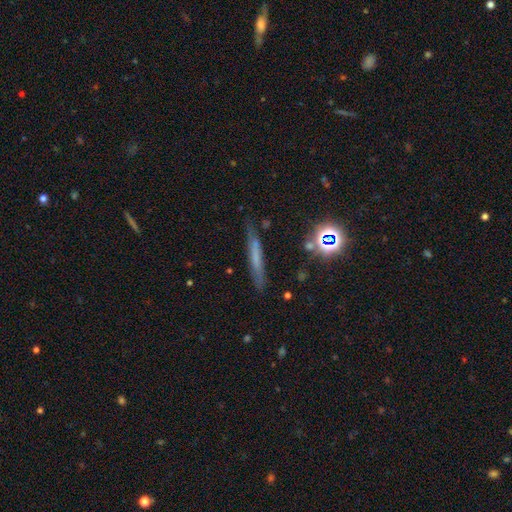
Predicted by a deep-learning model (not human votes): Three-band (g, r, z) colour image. It shows a smooth galaxy with no disk features (49%). Merging: none (79%).